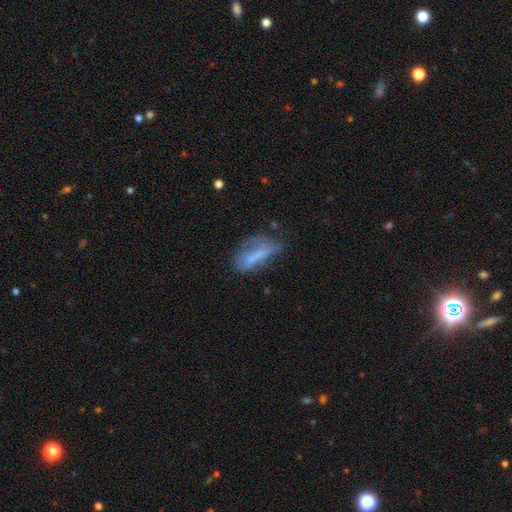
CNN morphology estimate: This is possibly a smooth galaxy (55%). How rounded: likely in between (62%). Merging: marginally none (41%).